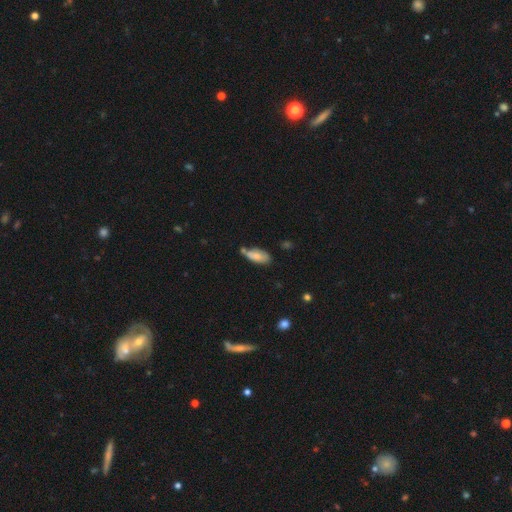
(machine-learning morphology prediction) Q: Smooth or featured?
A: smooth (75%); runner-up: featured or disk (18%)
Q: How rounded?
A: in between (84%); runner-up: cigar-shaped (14%)
Q: Merging?
A: none (49%); runner-up: minor disturbance (27%)